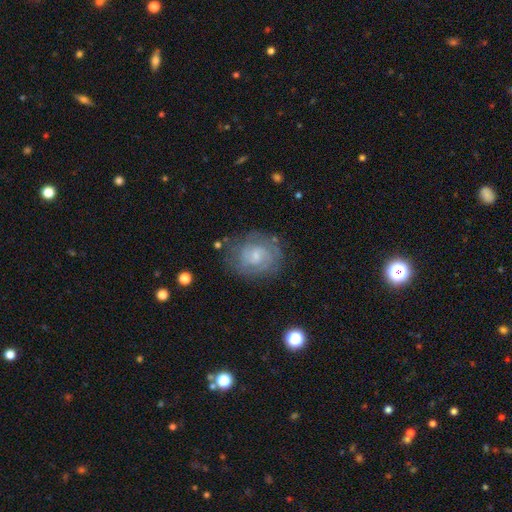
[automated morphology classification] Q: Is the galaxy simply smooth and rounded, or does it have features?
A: featured or disk — 73%.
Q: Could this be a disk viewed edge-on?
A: no — 98%.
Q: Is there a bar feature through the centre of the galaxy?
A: no — 62%.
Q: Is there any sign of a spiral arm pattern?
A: yes — 89%.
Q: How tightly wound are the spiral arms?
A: tight — 60%.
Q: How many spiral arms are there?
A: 2 — 39%.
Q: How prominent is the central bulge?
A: small — 73%.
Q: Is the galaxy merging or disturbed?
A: none — 72%.